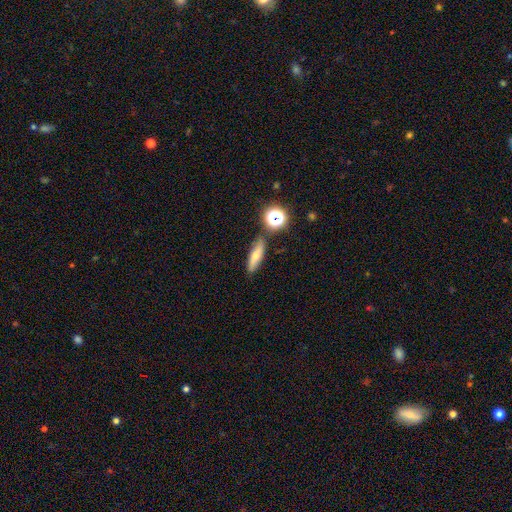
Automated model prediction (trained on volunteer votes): A smooth galaxy with no disk features (58%) that is cigar-shaped (57%).

Vote fractions:
- Smooth or featured? smooth: 58% / featured or disk: 30% / star or artifact: 12%
- How rounded? cigar-shaped: 57% / in between: 37% / round: 7%
- Merging? none: 80% / minor disturbance: 12% / merger: 6% / major disturbance: 3%